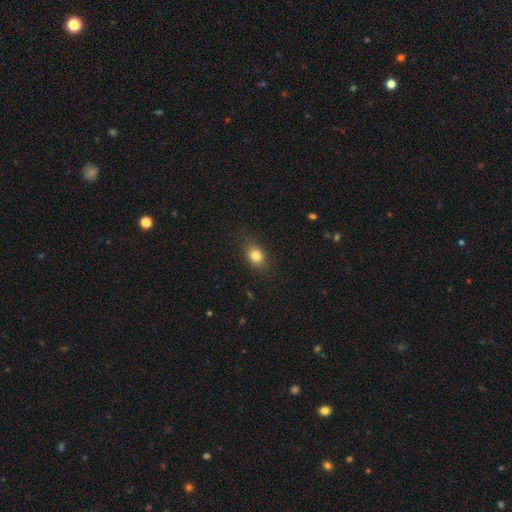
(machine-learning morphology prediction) Smooth or featured? smooth (81%)
How rounded? in between (63%)
Merging? none (80%)